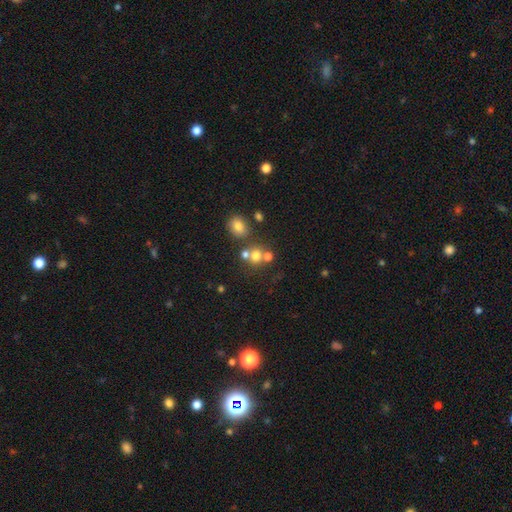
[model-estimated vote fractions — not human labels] Smooth or featured? smooth (68%)
How rounded? round (80%)
Merging? none (50%)